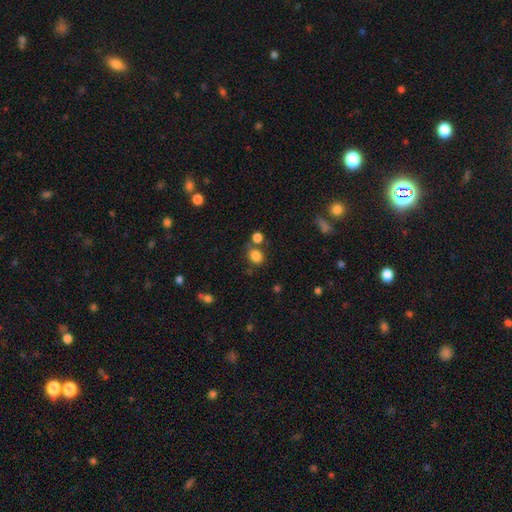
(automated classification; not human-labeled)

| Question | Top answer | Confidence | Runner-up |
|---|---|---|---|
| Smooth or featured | smooth | 83% | star or artifact (12%) |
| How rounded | in between | 50% | round (49%) |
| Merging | none | 62% | merger (20%) |